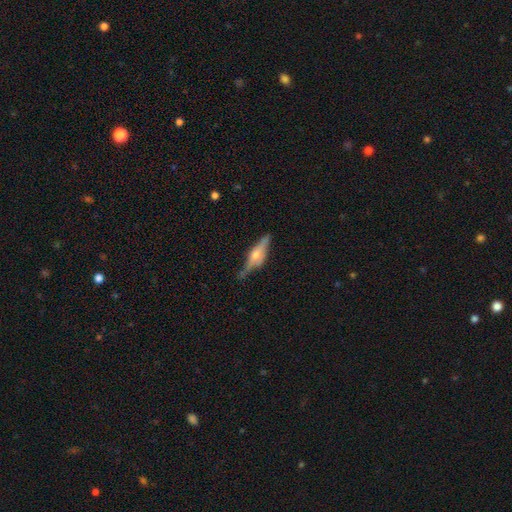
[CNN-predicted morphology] featured or disk 73%, smooth 18%, star or artifact 9%. Down the decision tree: edge-on disk — yes (90%); edge-on bulge — rounded (74%); merging — none (72%).